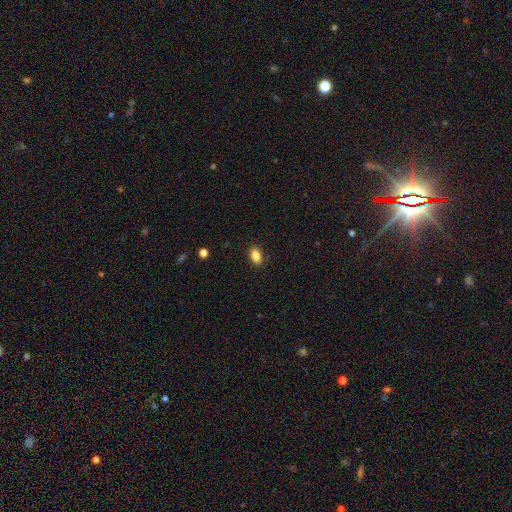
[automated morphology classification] Smooth or featured?
  - smooth: 86% *
  - star or artifact: 8%
  - featured or disk: 6%
How rounded?
  - in between: 90% *
  - round: 6%
  - cigar-shaped: 4%
Merging?
  - none: 88% *
  - minor disturbance: 9%
  - major disturbance: 2%
  - merger: 1%